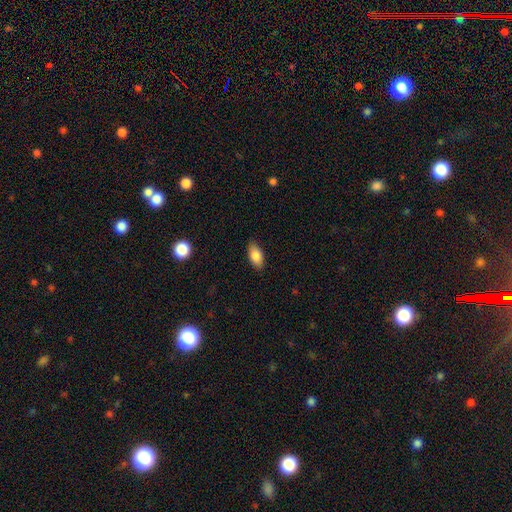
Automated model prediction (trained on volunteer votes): Smooth or featured? smooth (86%)
How rounded? in between (91%)
Merging? none (86%)